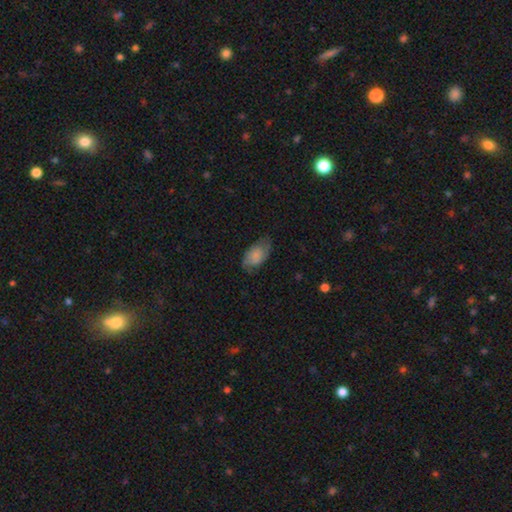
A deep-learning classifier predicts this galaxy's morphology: The model was most divided on "merging": none: 62%, minor disturbance: 28%, major disturbance: 9%, merger: 1%. More confident: how rounded — in between (93%); smooth or featured — smooth (64%).